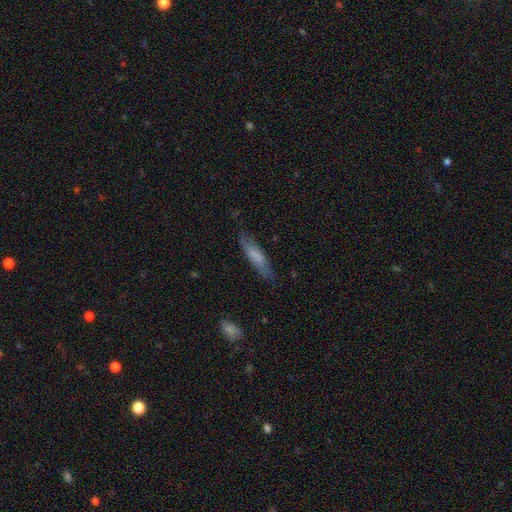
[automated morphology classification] smooth 66%, featured or disk 27%, star or artifact 7%. Down the decision tree: how rounded — cigar-shaped (74%); merging — none (74%).